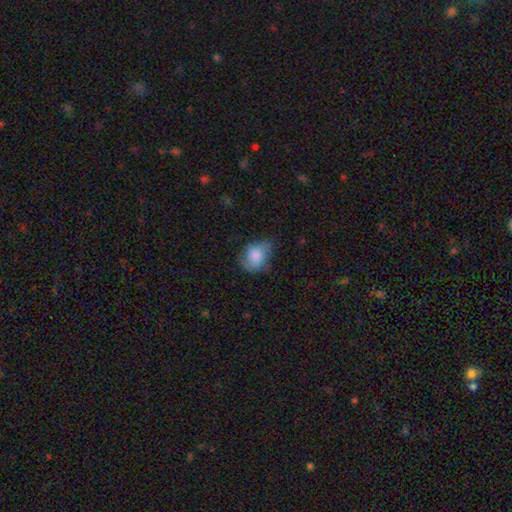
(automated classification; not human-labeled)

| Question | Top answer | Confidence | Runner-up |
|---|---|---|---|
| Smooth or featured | smooth | 72% | featured or disk (20%) |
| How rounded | in between | 57% | round (42%) |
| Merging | none | 50% | minor disturbance (33%) |